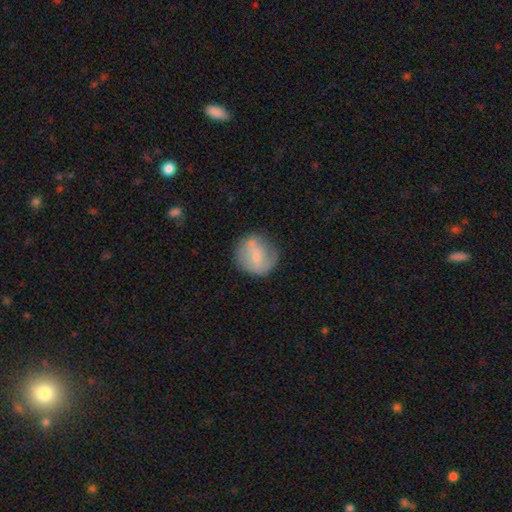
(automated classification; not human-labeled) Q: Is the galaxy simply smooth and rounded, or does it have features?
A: smooth — 59%.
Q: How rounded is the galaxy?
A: round — 84%.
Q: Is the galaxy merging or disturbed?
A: none — 61%.